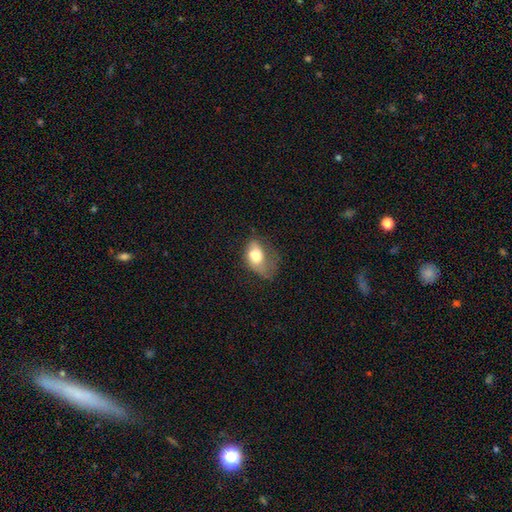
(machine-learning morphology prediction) A smooth galaxy with no disk features (65%) that is in between round and cigar-shaped (84%).

Vote fractions:
- Smooth or featured? smooth: 65% / featured or disk: 27% / star or artifact: 8%
- How rounded? in between: 84% / round: 14% / cigar-shaped: 2%
- Merging? major disturbance: 43% / minor disturbance: 32% / none: 22% / merger: 3%